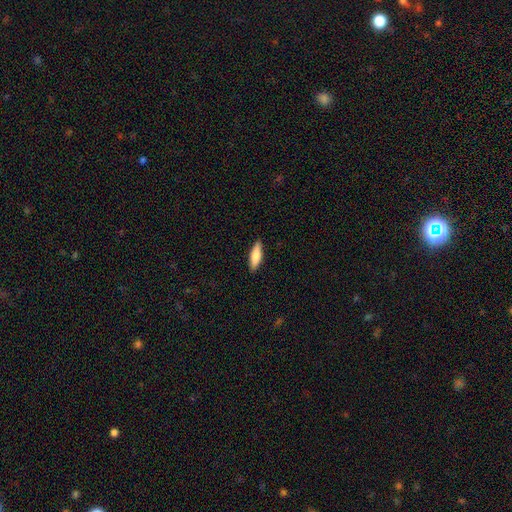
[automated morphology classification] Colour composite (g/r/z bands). It shows a smooth galaxy with no disk features (76%) that is cigar-shaped (54%). Merging: none (89%).